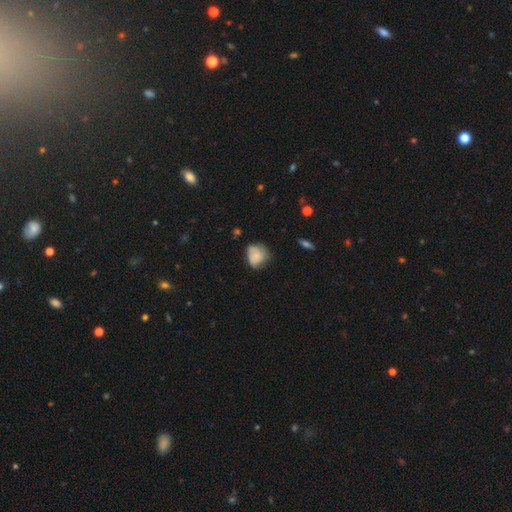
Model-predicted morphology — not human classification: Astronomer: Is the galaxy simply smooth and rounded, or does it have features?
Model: smooth — 71%.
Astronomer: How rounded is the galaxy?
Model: round — 57% (runner-up: in between, 42%).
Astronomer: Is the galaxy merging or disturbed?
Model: none — 46% (runner-up: minor disturbance, 37%).